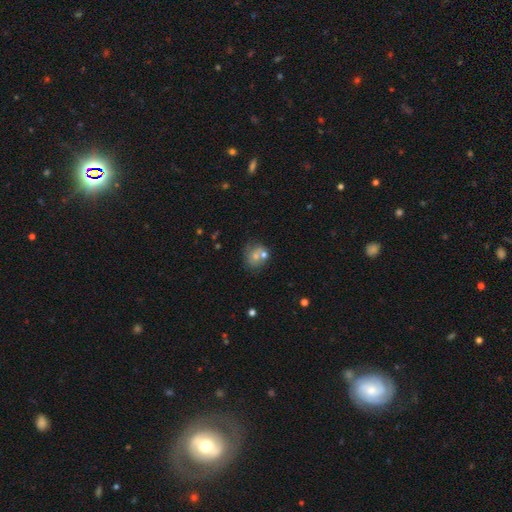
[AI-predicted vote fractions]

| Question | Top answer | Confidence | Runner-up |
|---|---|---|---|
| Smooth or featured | smooth | 59% | featured or disk (29%) |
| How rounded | round | 70% | in between (29%) |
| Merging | none | 46% | merger (29%) |